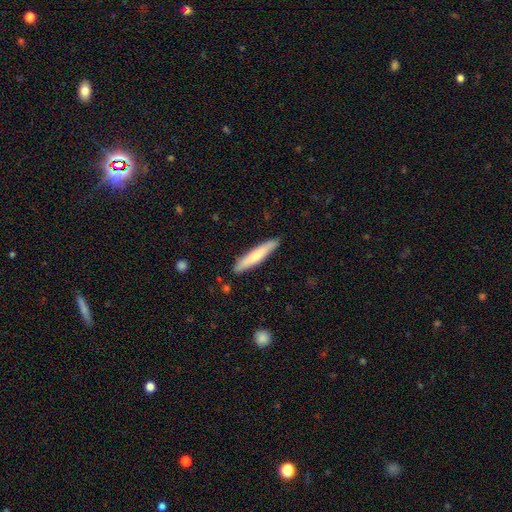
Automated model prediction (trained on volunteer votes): The model was most divided on "smooth or featured": smooth: 68%, featured or disk: 27%, star or artifact: 5%. More confident: how rounded — cigar-shaped (91%); merging — none (88%).